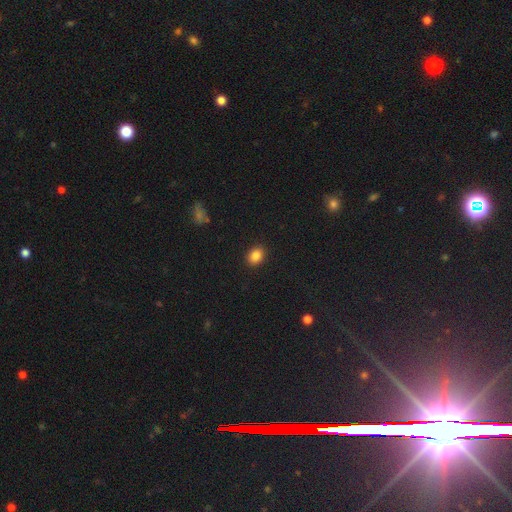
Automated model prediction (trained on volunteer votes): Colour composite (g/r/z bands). It shows a smooth galaxy with no disk features (86%) that is round (51%). Merging: none (90%).